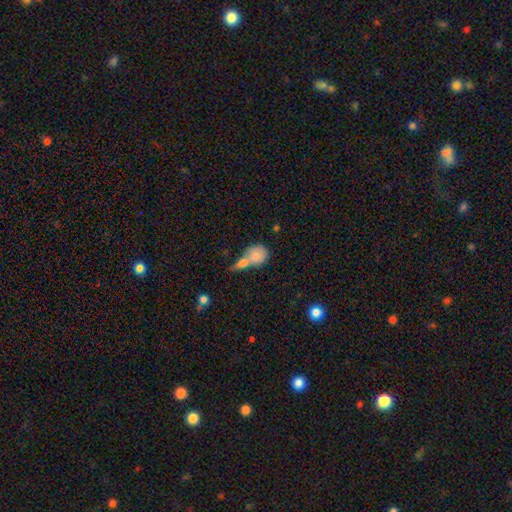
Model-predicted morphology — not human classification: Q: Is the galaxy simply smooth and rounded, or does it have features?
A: smooth — 77%.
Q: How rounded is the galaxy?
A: round — 67%.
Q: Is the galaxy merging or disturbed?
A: merger — 62%.